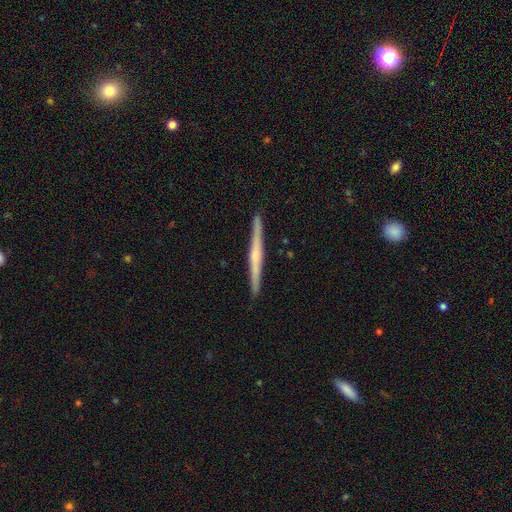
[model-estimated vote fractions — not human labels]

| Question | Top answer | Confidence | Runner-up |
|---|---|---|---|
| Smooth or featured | featured or disk | 68% | smooth (26%) |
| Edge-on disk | yes | 98% | no (2%) |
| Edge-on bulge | rounded | 55% | none (35%) |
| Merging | none | 92% | minor disturbance (6%) |